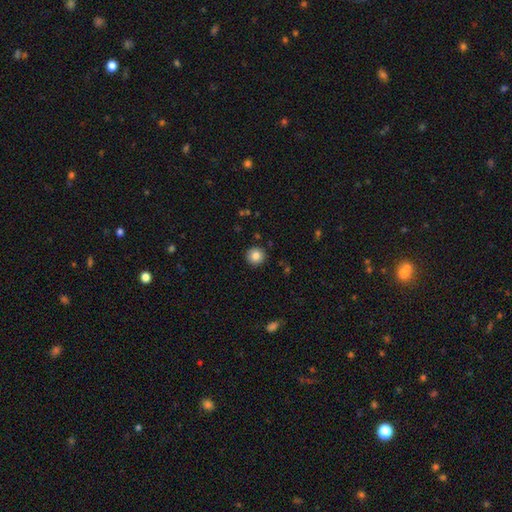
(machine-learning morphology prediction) This appears to be a smooth galaxy with no disk features (83%) that is round (94%). Merging: none (92%).